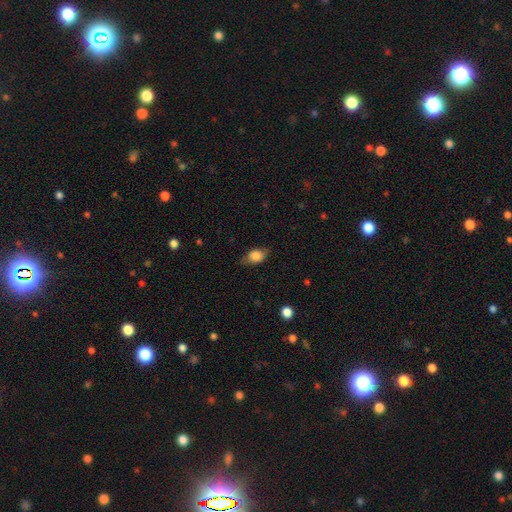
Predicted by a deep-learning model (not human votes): smooth 78%, featured or disk 14%, star or artifact 8%. Down the decision tree: how rounded — in between (79%); merging — none (72%).